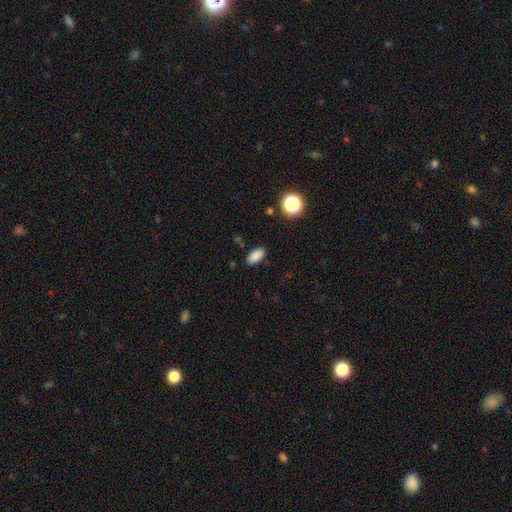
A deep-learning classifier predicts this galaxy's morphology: Smooth or featured? smooth (85%)
How rounded? in between (91%)
Merging? none (87%)